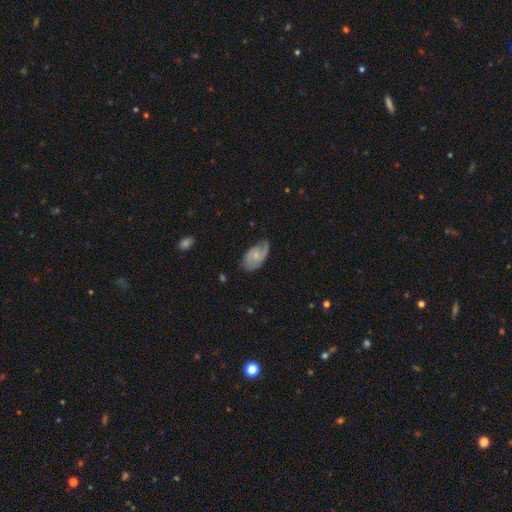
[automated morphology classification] Smooth or featured? featured or disk (52%)
Edge-on disk? no (95%)
Merging? none (53%)